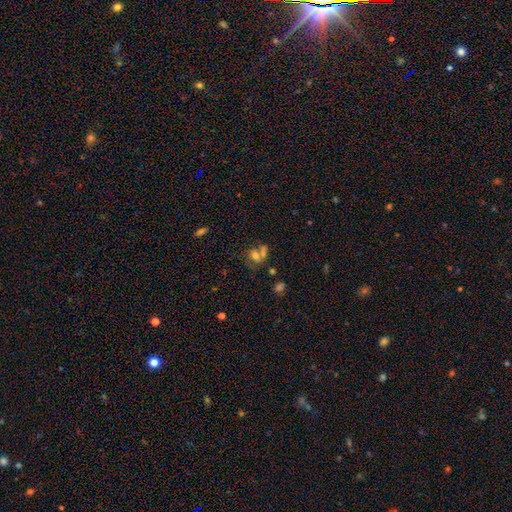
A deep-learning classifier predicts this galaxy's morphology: type=smooth (57%); roundness=round (51%); merging=merger (41%).